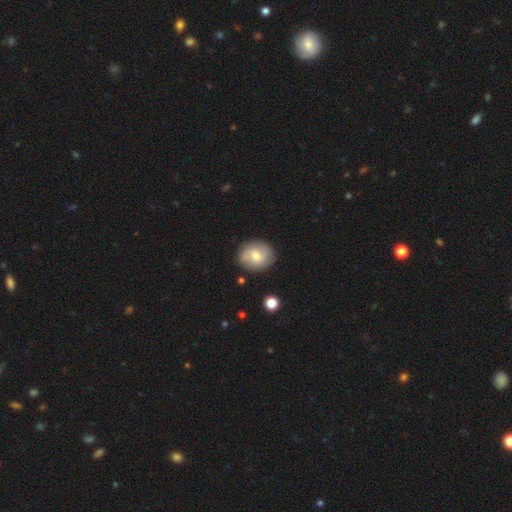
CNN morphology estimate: Smooth or featured: smooth — 58% (featured or disk — 34%)
How rounded: round — 74% (in between — 25%)
Merging: none — 84% (minor disturbance — 11%)